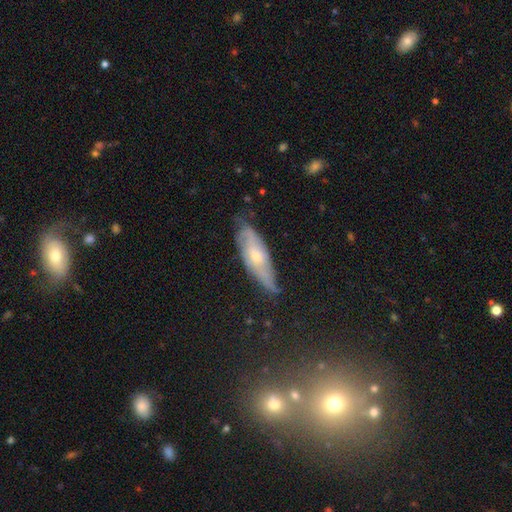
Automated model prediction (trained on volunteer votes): Morphology: type=featured or disk (62%); edge-on=no (71%); merging=none (63%).